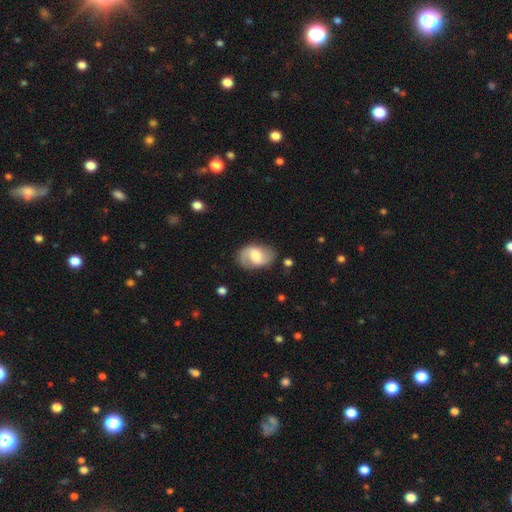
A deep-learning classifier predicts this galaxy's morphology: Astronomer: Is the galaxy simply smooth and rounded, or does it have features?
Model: featured or disk — 57% (runner-up: smooth, 36%).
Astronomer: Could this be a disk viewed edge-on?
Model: no — 96%.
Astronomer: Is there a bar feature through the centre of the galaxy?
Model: weak — 48% (runner-up: no, 34%).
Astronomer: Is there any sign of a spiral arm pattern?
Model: yes — 84%.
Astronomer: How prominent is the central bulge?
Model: moderate — 43% (runner-up: large, 28%).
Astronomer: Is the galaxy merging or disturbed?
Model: none — 75%.